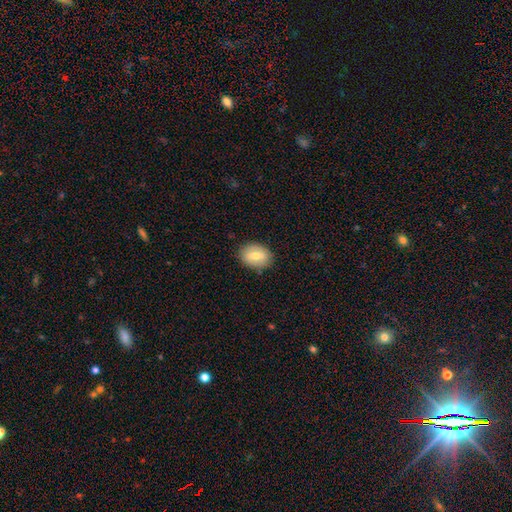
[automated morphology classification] Q: Smooth or featured?
A: smooth (69%); runner-up: featured or disk (24%)
Q: How rounded?
A: in between (68%); runner-up: round (31%)
Q: Merging?
A: none (85%); runner-up: minor disturbance (11%)